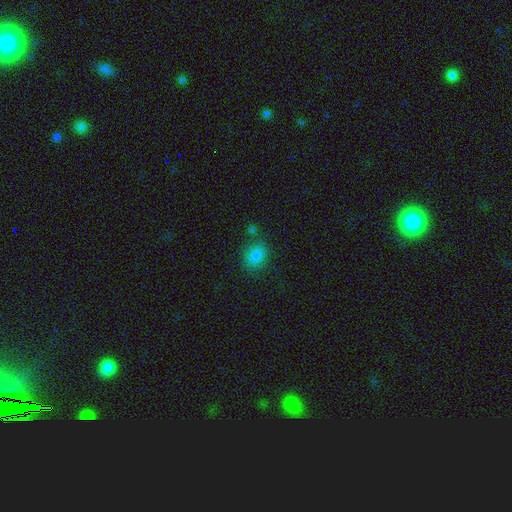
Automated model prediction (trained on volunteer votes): smooth-or-featured: smooth: 84% | star or artifact: 11% | featured or disk: 5%
  how-rounded: in between: 56% | round: 43% | cigar-shaped: 1%
  merging: none: 77% | minor disturbance: 13% | merger: 7% | major disturbance: 3%